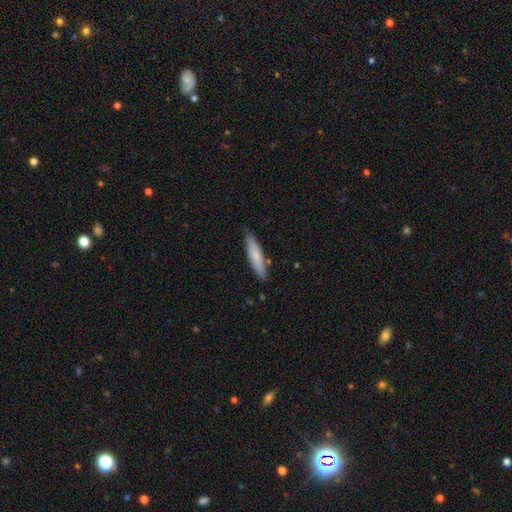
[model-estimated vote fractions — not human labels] smooth 70%, featured or disk 25%, star or artifact 6%. Down the decision tree: how rounded — cigar-shaped (84%); merging — none (85%).